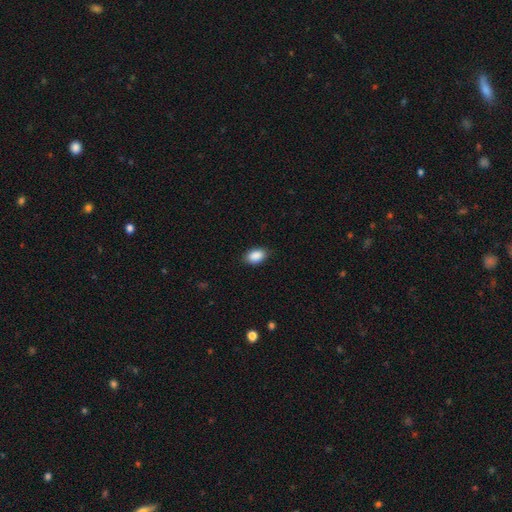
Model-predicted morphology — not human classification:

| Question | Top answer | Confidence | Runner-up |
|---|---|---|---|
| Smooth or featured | smooth | 90% | star or artifact (7%) |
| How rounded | in between | 90% | round (8%) |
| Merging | none | 86% | minor disturbance (10%) |